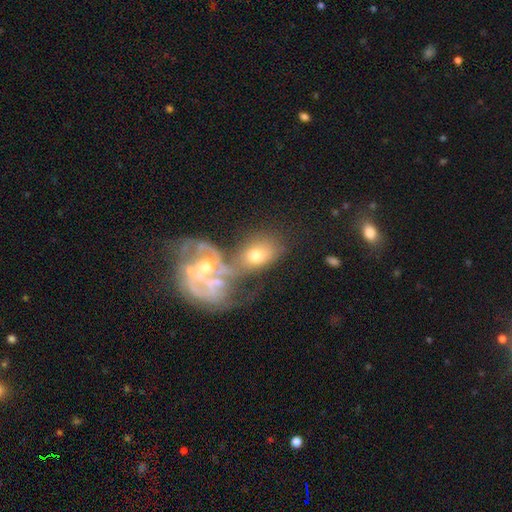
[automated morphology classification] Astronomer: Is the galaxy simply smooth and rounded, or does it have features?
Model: featured or disk — 47% (runner-up: smooth, 43%).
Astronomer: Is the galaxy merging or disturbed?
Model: merger — 50% (runner-up: none, 26%).